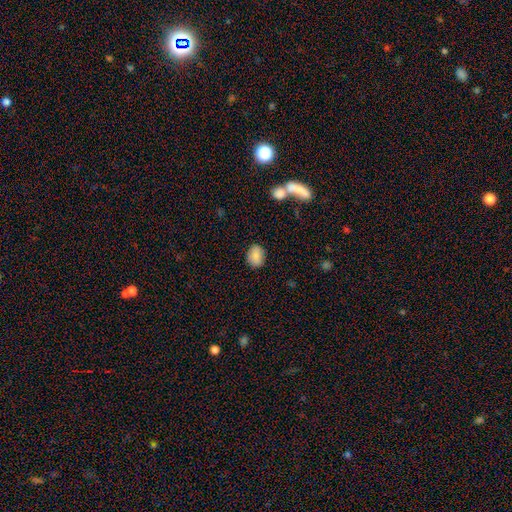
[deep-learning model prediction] Smooth or featured: smooth — 85% (star or artifact — 8%)
How rounded: in between — 71% (round — 28%)
Merging: none — 84% (minor disturbance — 10%)